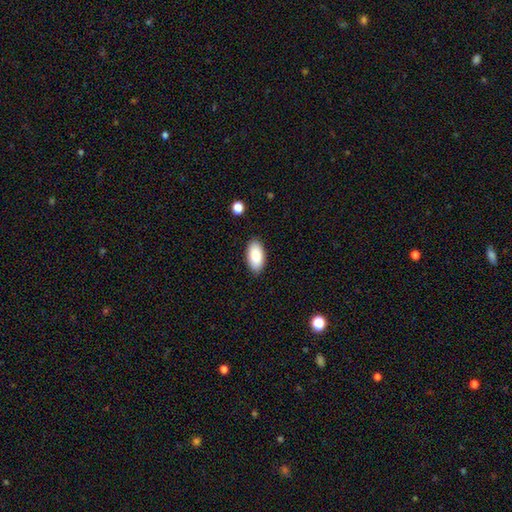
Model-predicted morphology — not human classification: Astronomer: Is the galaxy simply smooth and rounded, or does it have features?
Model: smooth — 87%.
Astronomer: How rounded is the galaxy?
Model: in between — 94%.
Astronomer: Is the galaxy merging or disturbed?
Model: none — 89%.